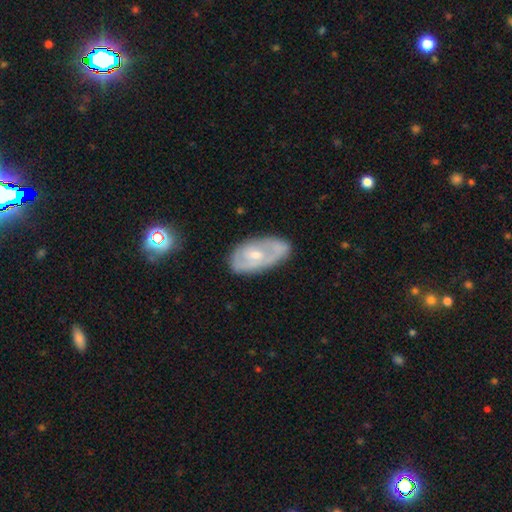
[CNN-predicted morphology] smooth_or_featured: featured or disk (p=0.59) [alt: smooth p=0.35]
disk_edge_on: no (p=0.92) [alt: yes p=0.08]
bar: no (p=0.60) [alt: weak p=0.33]
has_spiral_arms: yes (p=0.54) [alt: no p=0.46]
bulge_size: small (p=0.49) [alt: moderate p=0.45]
merging: none (p=0.63) [alt: minor disturbance p=0.26]